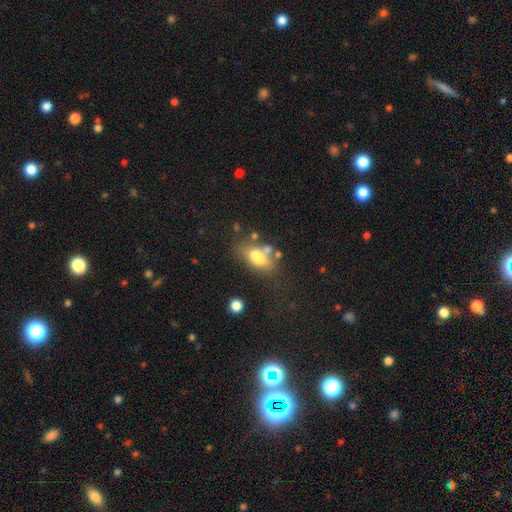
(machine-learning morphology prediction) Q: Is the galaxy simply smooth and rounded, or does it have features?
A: smooth — 74%.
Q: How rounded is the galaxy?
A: in between — 86%.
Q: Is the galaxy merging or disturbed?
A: none — 53%.